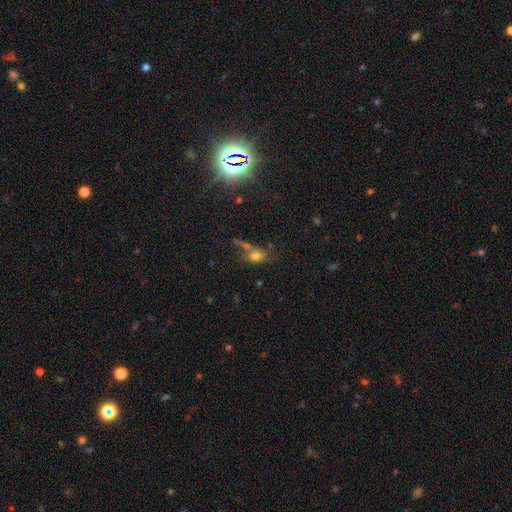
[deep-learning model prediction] This appears to be a smooth galaxy with no disk features (66%) that is in between round and cigar-shaped (59%). Merging: none (44%).